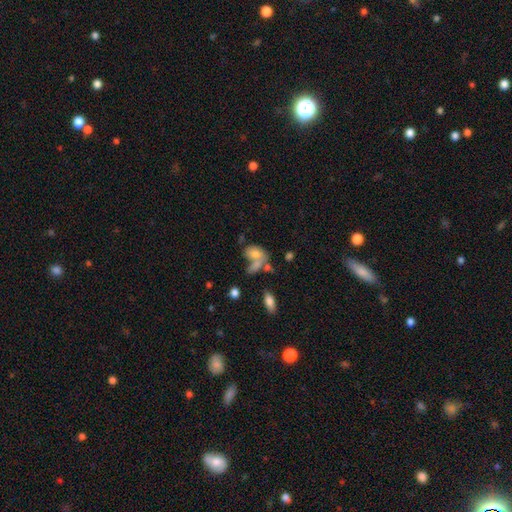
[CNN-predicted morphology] This is likely a smooth galaxy (65%). How rounded: clearly in between (82%). Merging: marginally merger (43%).